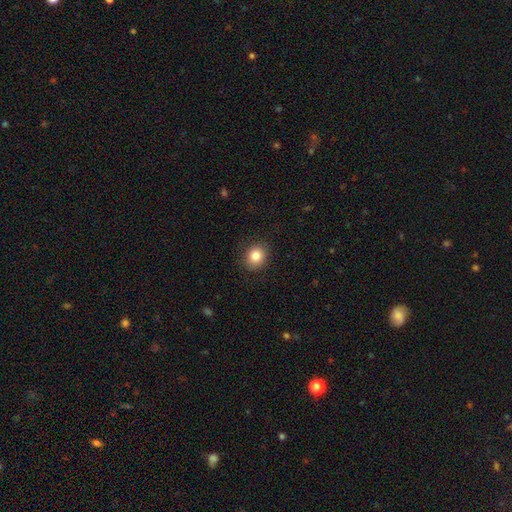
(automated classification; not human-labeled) This appears to be a smooth galaxy with no disk features (84%) that is round (73%). Merging: none (87%).